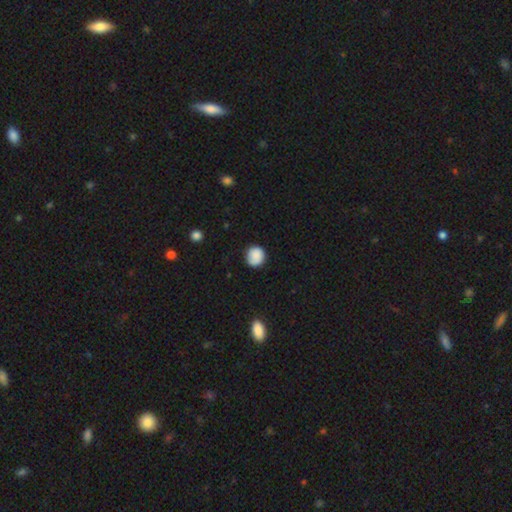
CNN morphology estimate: A smooth galaxy with no disk features (87%) that is round (86%).

Vote fractions:
- Smooth or featured? smooth: 87% / star or artifact: 8% / featured or disk: 5%
- How rounded? round: 86% / in between: 13% / cigar-shaped: 1%
- Merging? none: 82% / minor disturbance: 14% / major disturbance: 3% / merger: 1%